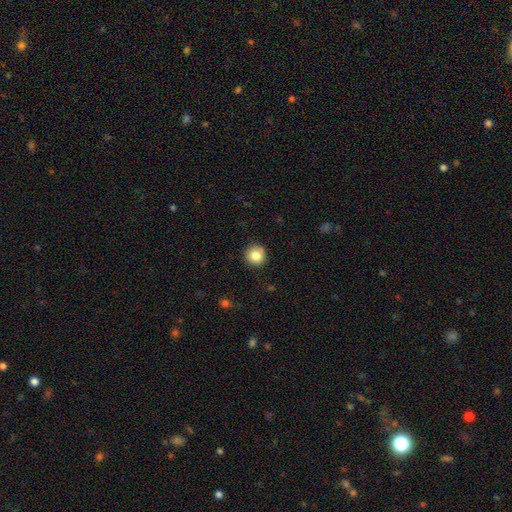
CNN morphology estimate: A smooth galaxy with no disk features (85%) that is round (94%).

Vote fractions:
- Smooth or featured? smooth: 85% / star or artifact: 9% / featured or disk: 6%
- How rounded? round: 94% / in between: 5% / cigar-shaped: 1%
- Merging? none: 90% / minor disturbance: 7% / major disturbance: 2% / merger: 1%